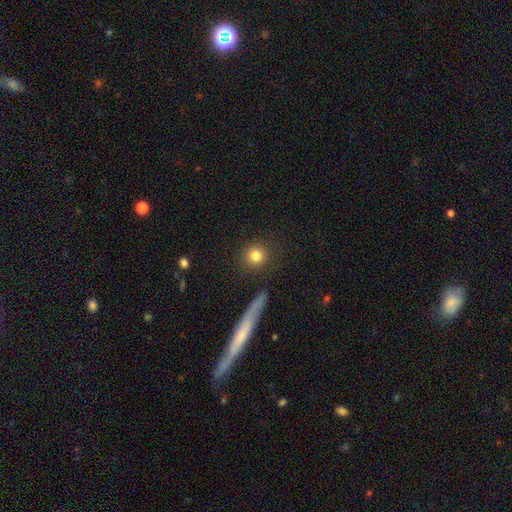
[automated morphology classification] Q: Smooth or featured?
A: smooth (82%); runner-up: star or artifact (10%)
Q: How rounded?
A: round (92%); runner-up: in between (6%)
Q: Merging?
A: none (88%); runner-up: minor disturbance (6%)